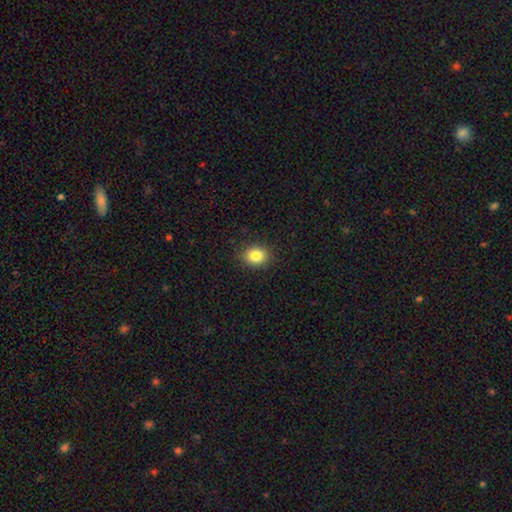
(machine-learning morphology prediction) Smooth or featured? smooth (84%)
How rounded? round (56%)
Merging? none (88%)